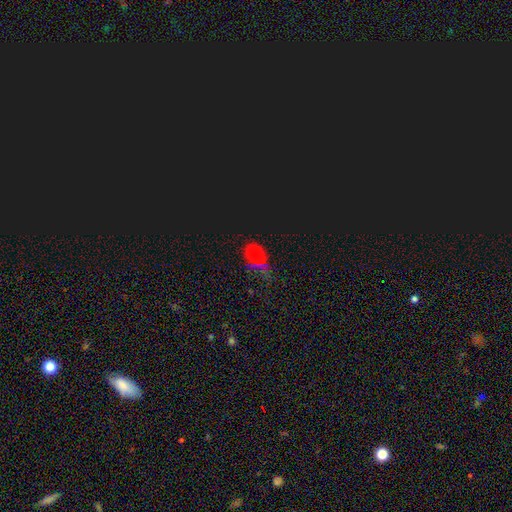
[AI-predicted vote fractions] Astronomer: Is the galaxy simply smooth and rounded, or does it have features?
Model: star or artifact — 54% (runner-up: smooth, 37%).